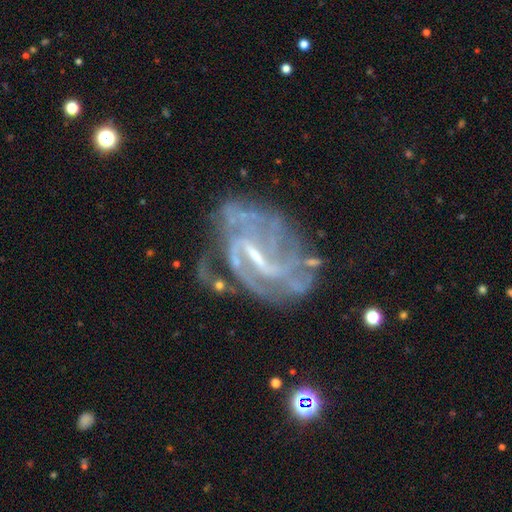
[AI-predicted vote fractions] A featured or disk galaxy (88%) with a weak bar (44%, tied with strong), 2 (33%) medium (42%) spiral arms (94%) and a small central bulge (64%).

Vote fractions:
- Smooth or featured? featured or disk: 88% / star or artifact: 7% / smooth: 5%
- Edge-on disk? no: 97% / yes: 3%
- Bar? weak: 44% (tied) / strong: 44% (tied) / no: 12%
- Spiral arms? yes: 94% / no: 6%
- Spiral winding? medium: 42% / tight: 40% / loose: 17%
- Spiral arm count? 2: 33% / can't tell: 26% / 3: 19% / 4: 10% / 1: 6% / more than 4: 6%
- Bulge size? small: 64% / moderate: 21% / none: 12% / large: 1% / dominant: 1%
- Merging? none: 56% / minor disturbance: 22% / major disturbance: 17% / merger: 4%